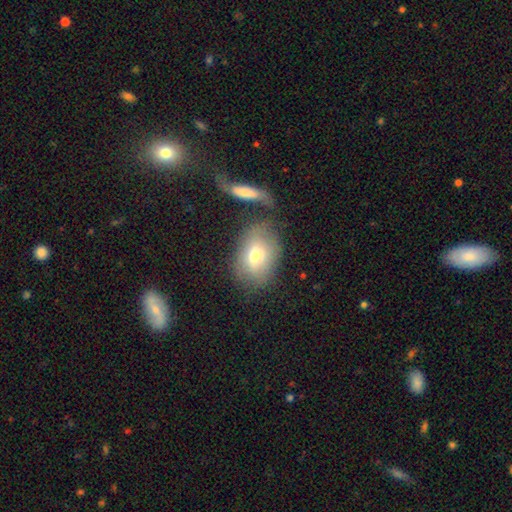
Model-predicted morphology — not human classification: This is likely a smooth galaxy (69%). How rounded: likely in between (76%). Merging: possibly none (58%).